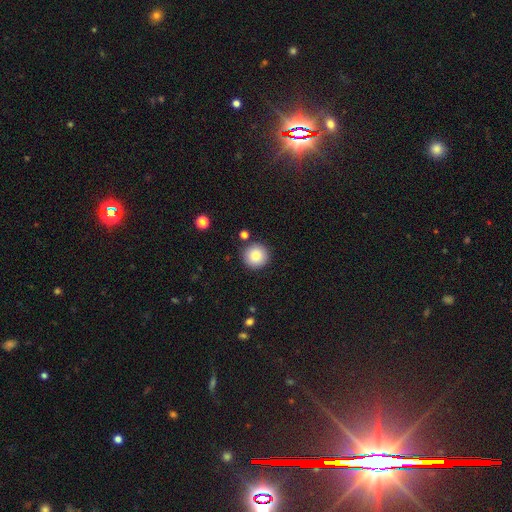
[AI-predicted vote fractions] The model was most divided on "smooth or featured": smooth: 85%, star or artifact: 9%, featured or disk: 7%. More confident: how rounded — round (95%); merging — none (88%).